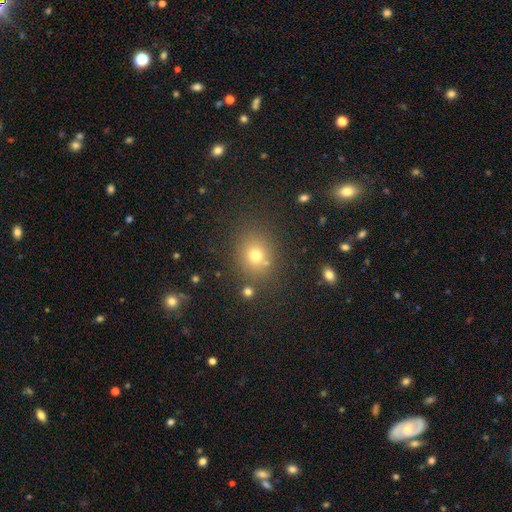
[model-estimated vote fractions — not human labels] A smooth galaxy with no disk features (71%) that is round (71%). Merging: none (79%).